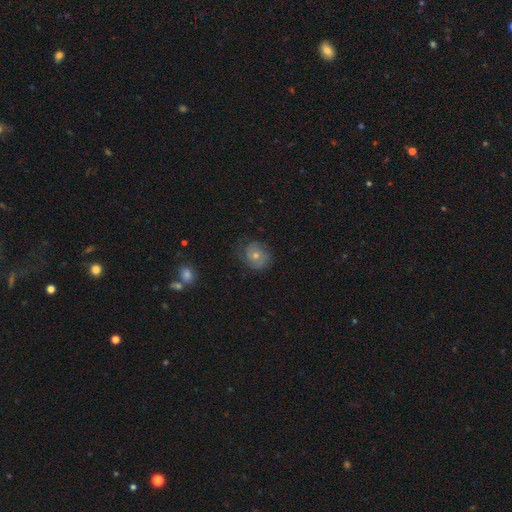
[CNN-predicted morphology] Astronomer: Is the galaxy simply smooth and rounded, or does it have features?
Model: featured or disk — 46% (runner-up: smooth, 45%).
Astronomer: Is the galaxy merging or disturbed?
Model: none — 65%.